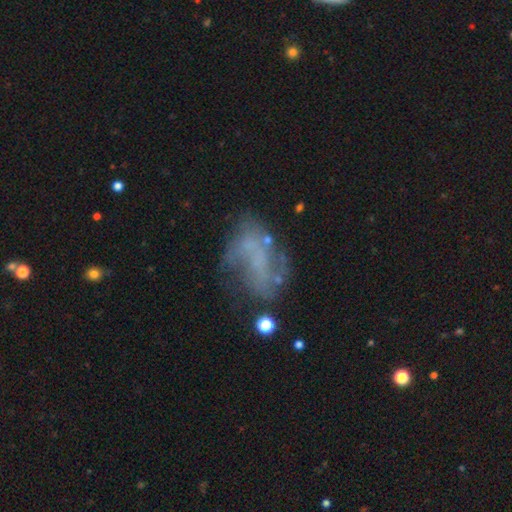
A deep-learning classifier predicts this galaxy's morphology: Smooth or featured? Predicted: featured or disk (p=0.64). Edge-on disk? Predicted: no (p=0.96). Bar? Predicted: no (p=0.68). Spiral arms? Predicted: yes (p=0.53). Bulge size? Predicted: none (p=0.74). Merging? Predicted: none (p=0.48).